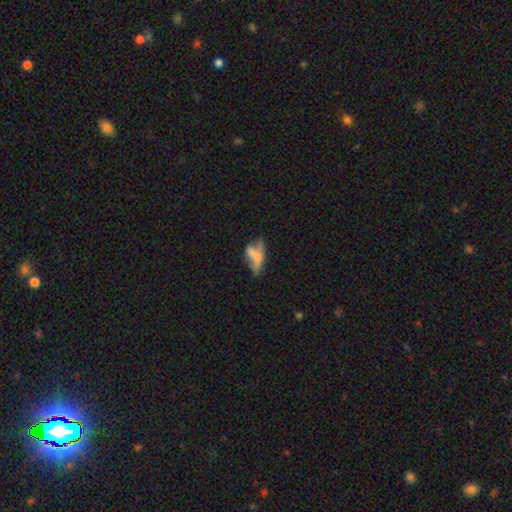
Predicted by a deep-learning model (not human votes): smooth 47%, featured or disk 39%, star or artifact 13%. Down the decision tree: merging — major disturbance (34%).